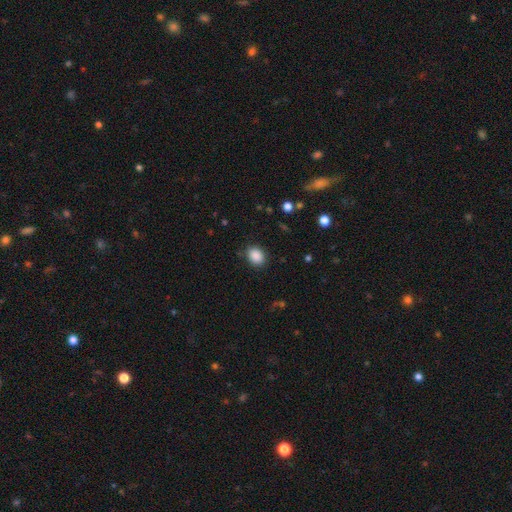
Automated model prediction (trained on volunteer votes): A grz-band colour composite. It shows a smooth galaxy with no disk features (88%) that is in between round and cigar-shaped (59%). Merging: none (84%).